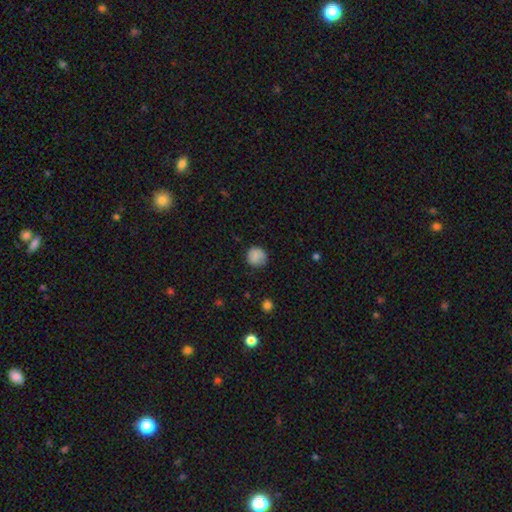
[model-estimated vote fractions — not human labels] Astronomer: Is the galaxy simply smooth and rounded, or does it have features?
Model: smooth — 86%.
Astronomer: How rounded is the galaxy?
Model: round — 91%.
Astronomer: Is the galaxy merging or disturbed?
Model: none — 79%.